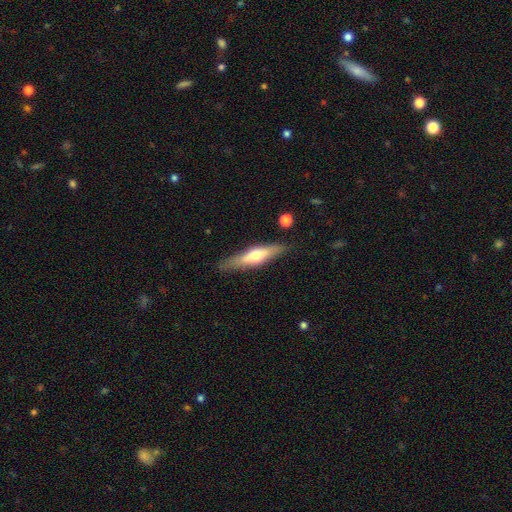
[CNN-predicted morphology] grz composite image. It shows a featured or disk galaxy (50%). Merging: none (83%).